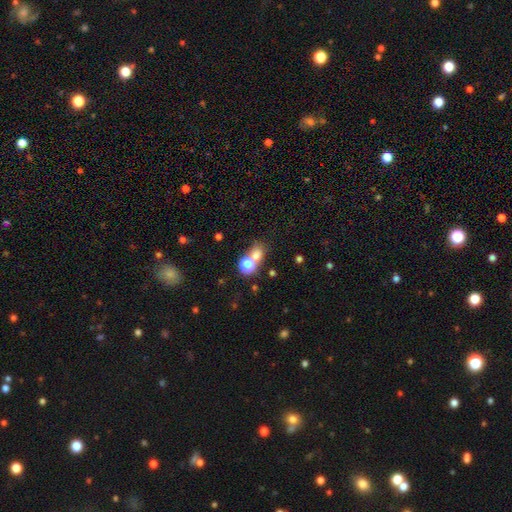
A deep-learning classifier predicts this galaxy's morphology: Smooth or featured? Predicted: smooth (p=0.70). How rounded? Predicted: round (p=0.66). Merging? Predicted: none (p=0.48).